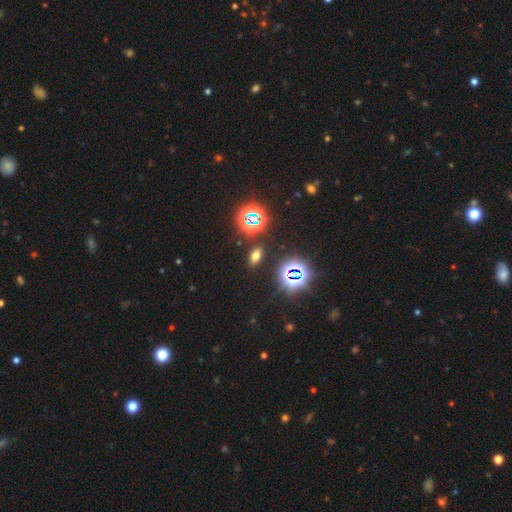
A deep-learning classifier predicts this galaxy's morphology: Smooth or featured? smooth (54%)
How rounded? in between (81%)
Merging? none (88%)